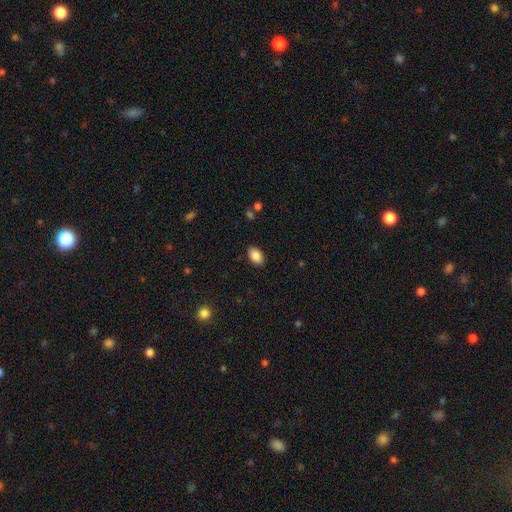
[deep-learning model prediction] smooth 88%, star or artifact 8%, featured or disk 5%. Down the decision tree: how rounded — in between (89%); merging — none (88%).